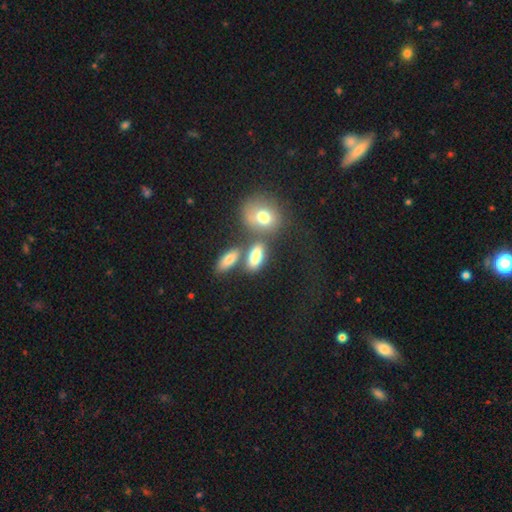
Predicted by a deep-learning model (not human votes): This appears to be a smooth galaxy with no disk features (75%) that is in between round and cigar-shaped (79%). Merging: none (51%).